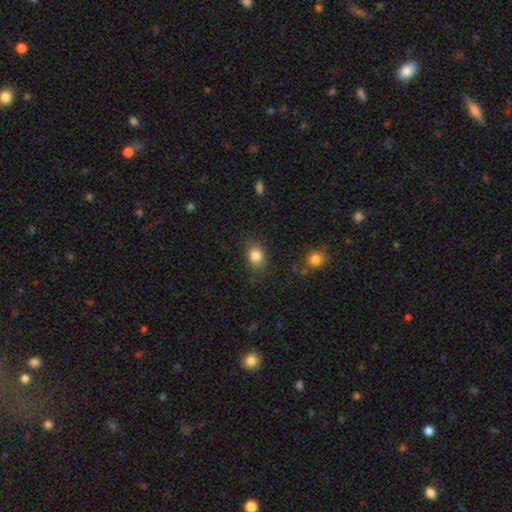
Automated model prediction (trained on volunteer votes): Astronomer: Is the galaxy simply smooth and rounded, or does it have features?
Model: smooth — 84%.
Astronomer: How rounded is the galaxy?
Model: in between — 58% (runner-up: round, 41%).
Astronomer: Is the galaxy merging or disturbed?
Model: none — 78%.